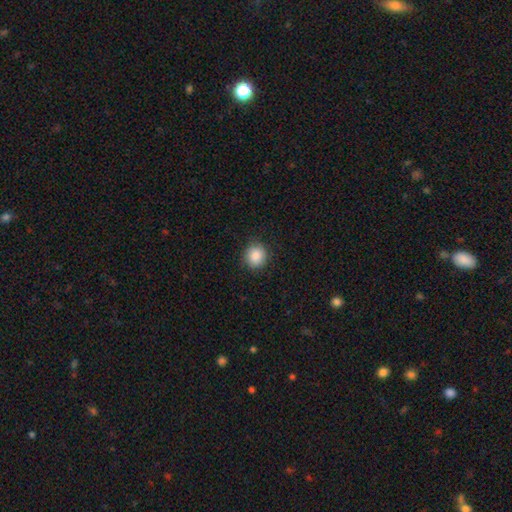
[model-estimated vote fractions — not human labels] smooth-or-featured: smooth: 88% | star or artifact: 9% | featured or disk: 4%
  how-rounded: round: 89% | in between: 10% | cigar-shaped: 1%
  merging: none: 88% | minor disturbance: 8% | major disturbance: 2% | merger: 1%